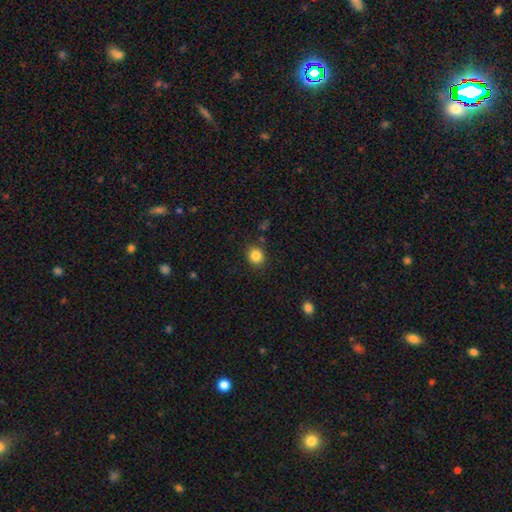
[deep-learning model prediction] The model was most divided on "how rounded": round: 80%, in between: 19%, cigar-shaped: 1%. More confident: merging — none (88%); smooth or featured — smooth (85%).